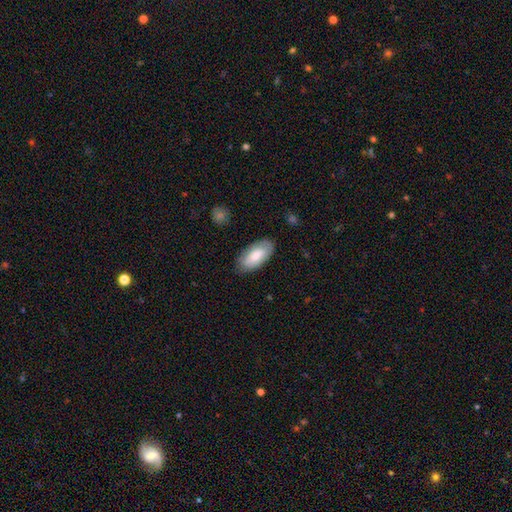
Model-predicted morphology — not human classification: Smooth or featured? Predicted: smooth (p=0.74). How rounded? Predicted: in between (p=0.93). Merging? Predicted: none (p=0.81).